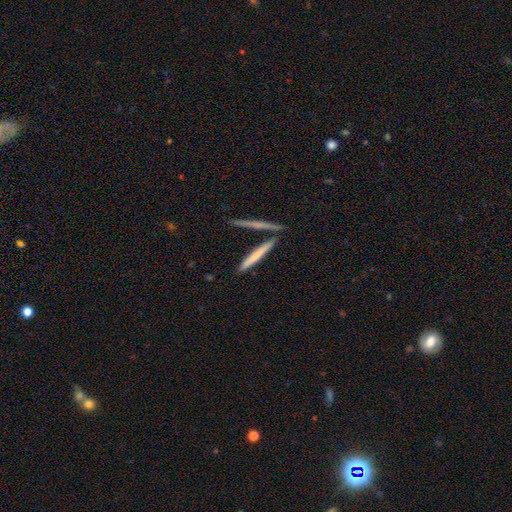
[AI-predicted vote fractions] Smooth or featured?
  - smooth: 59% *
  - featured or disk: 34%
  - star or artifact: 7%
How rounded?
  - cigar-shaped: 94% *
  - in between: 4%
  - round: 2%
Merging?
  - none: 74% *
  - merger: 12%
  - minor disturbance: 10%
  - major disturbance: 3%